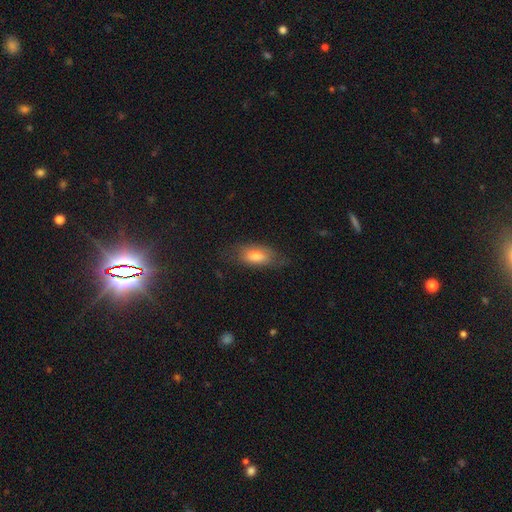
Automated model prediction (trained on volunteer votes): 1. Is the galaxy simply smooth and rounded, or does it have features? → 73% smooth, 19% featured or disk, 8% star or artifact.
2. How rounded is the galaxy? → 84% in between, 11% cigar-shaped, 5% round.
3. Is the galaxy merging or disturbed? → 67% none, 23% minor disturbance, 9% major disturbance, 1% merger.